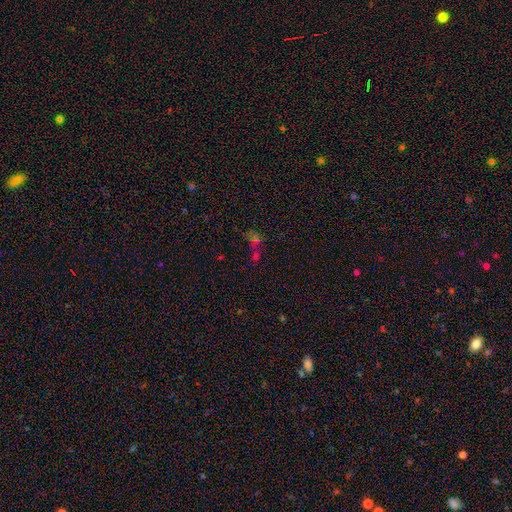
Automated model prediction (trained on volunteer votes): Overall: smooth (42%, tied with star or artifact). Merging: merger (49%; none 34%).